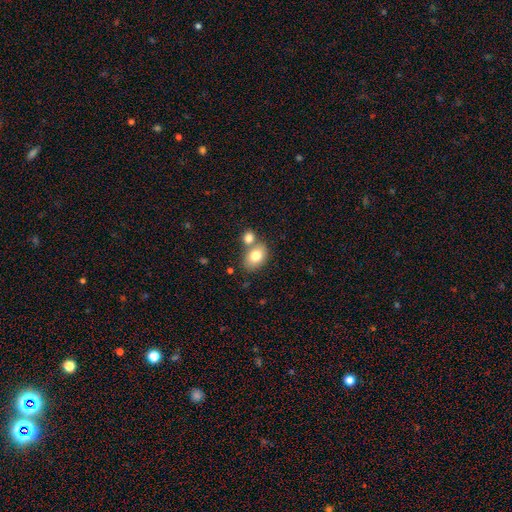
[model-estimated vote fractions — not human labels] smooth 78%, featured or disk 13%, star or artifact 9%. Down the decision tree: how rounded — in between (73%); merging — none (49%).